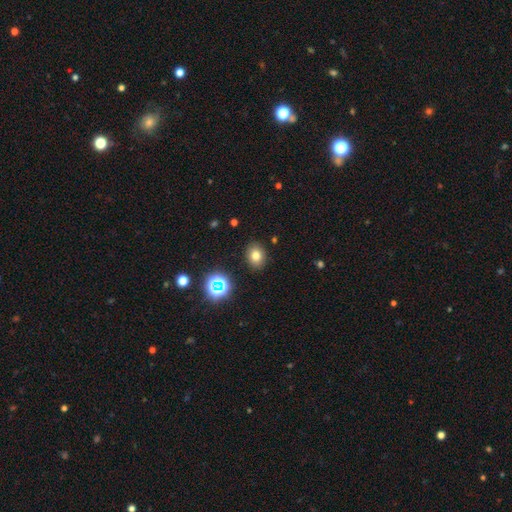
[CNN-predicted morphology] Smooth or featured? smooth (74%)
How rounded? in between (50%)
Merging? none (88%)